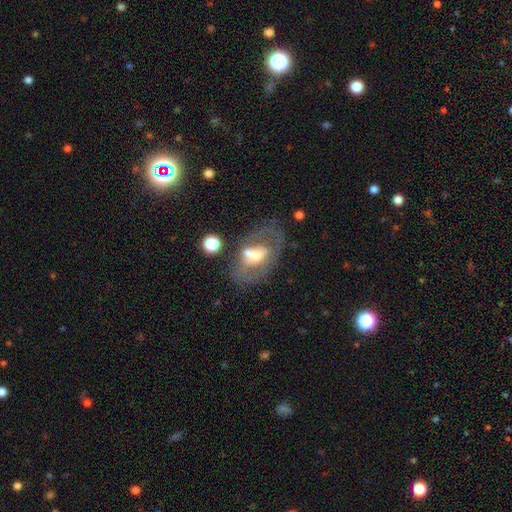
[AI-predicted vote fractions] A featured or disk galaxy (55%) with no bar (67%), no spiral arms (76%) and a moderate central bulge (56%).

Vote fractions:
- Smooth or featured? featured or disk: 55% / smooth: 36% / star or artifact: 9%
- Edge-on disk? no: 93% / yes: 7%
- Bar? no: 67% / weak: 23% / strong: 10%
- Spiral arms? no: 76% / yes: 24%
- Bulge size? moderate: 56% / small: 23% / large: 15% / none: 4% / dominant: 2%
- Merging? none: 45% / merger: 22% / minor disturbance: 18% / major disturbance: 15%